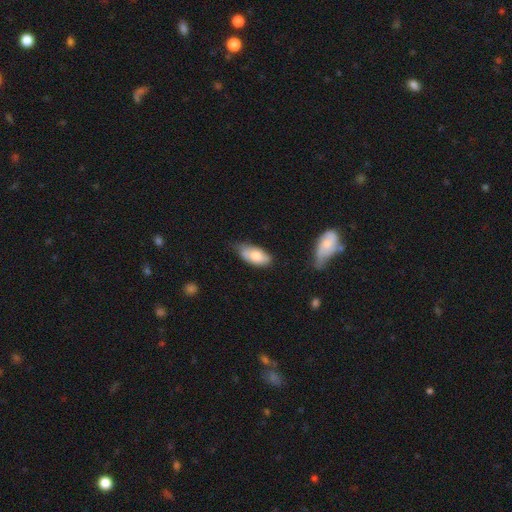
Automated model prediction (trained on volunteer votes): Overall: smooth (70%). How rounded: in between (89%). Merging: none (53%; minor disturbance 37%).